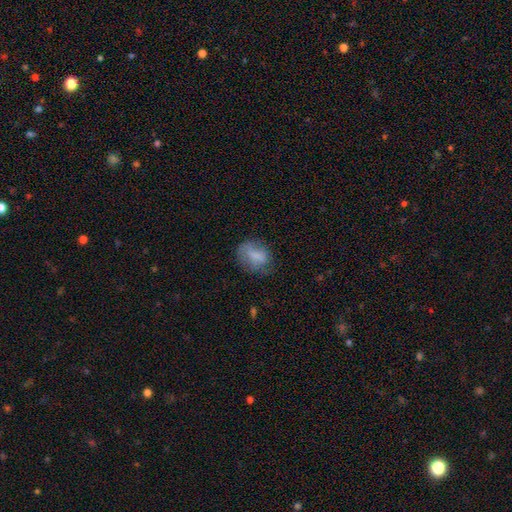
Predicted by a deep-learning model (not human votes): Q: Smooth or featured?
A: smooth (68%); runner-up: featured or disk (23%)
Q: How rounded?
A: in between (62%); runner-up: round (36%)
Q: Merging?
A: none (52%); runner-up: minor disturbance (28%)